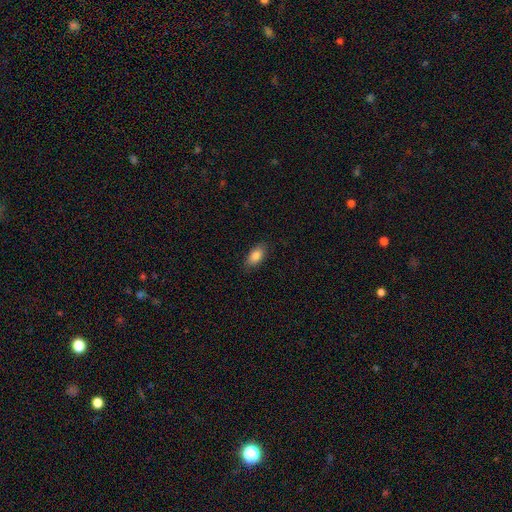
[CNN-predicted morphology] smooth_or_featured: smooth (p=0.87) [alt: star or artifact p=0.07]
how_rounded: in between (p=0.91) [alt: cigar-shaped p=0.05]
merging: none (p=0.85) [alt: minor disturbance p=0.11]